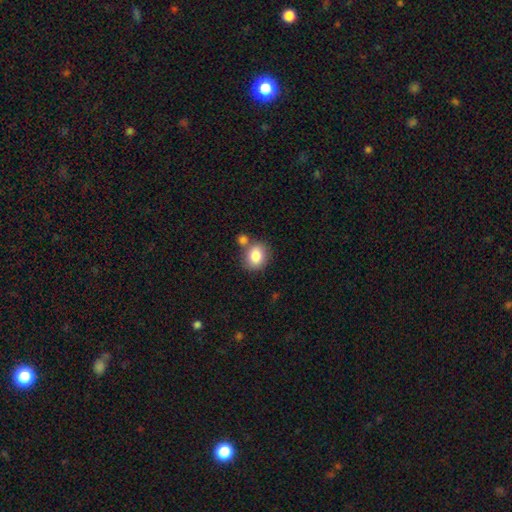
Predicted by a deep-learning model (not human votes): Overall: smooth (84%). How rounded: round (59%; in between 40%). Merging: none (60%; merger 23%).